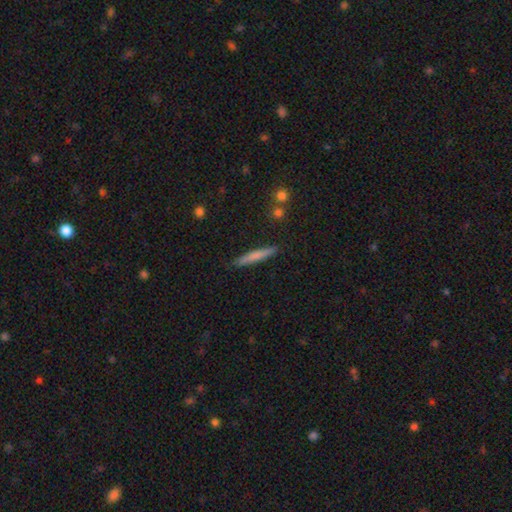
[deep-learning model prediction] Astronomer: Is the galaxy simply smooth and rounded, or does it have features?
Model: smooth — 67%.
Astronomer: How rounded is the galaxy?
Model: cigar-shaped — 95%.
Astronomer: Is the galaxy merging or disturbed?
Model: none — 89%.